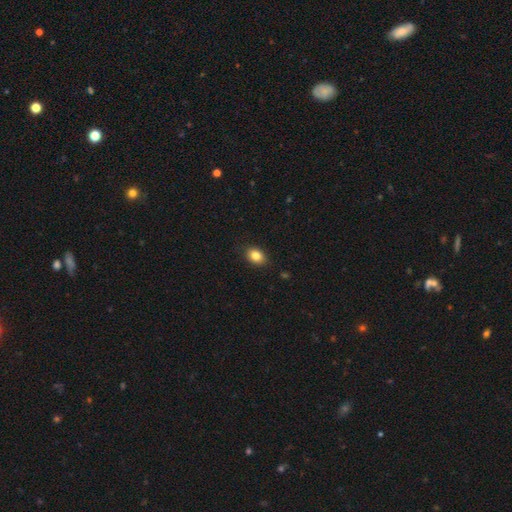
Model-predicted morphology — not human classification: Overall: smooth (84%). How rounded: in between (73%). Merging: none (87%).